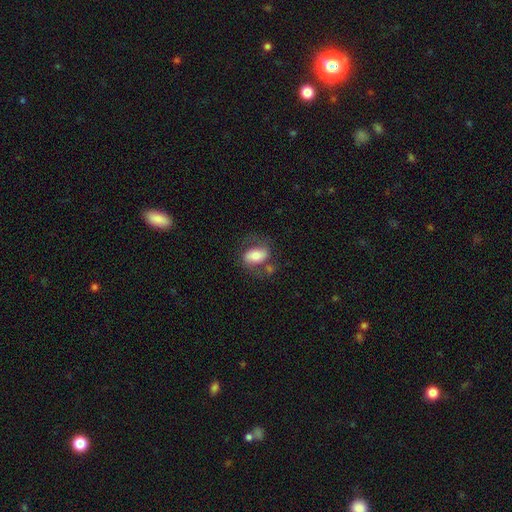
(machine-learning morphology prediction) A smooth galaxy with no disk features (55%) that is in between round and cigar-shaped (86%).

Vote fractions:
- Smooth or featured? smooth: 55% / featured or disk: 37% / star or artifact: 7%
- How rounded? in between: 86% / round: 12% / cigar-shaped: 3%
- Merging? none: 55% / minor disturbance: 21% / major disturbance: 13% / merger: 11%